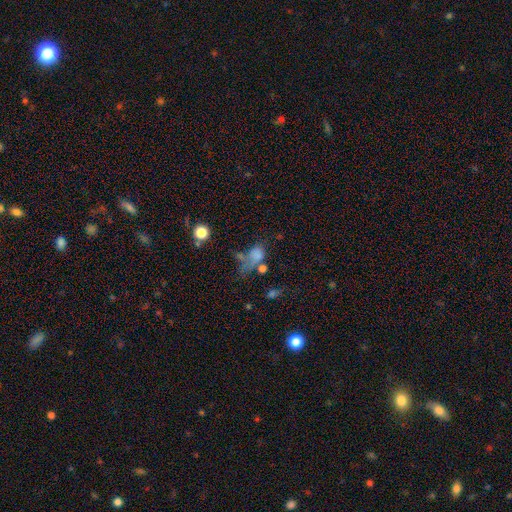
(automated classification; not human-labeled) Smooth or featured?
  - smooth: 64% *
  - star or artifact: 18%
  - featured or disk: 18%
How rounded?
  - in between: 67% *
  - round: 29%
  - cigar-shaped: 4%
Merging?
  - major disturbance: 32% *
  - merger: 26%
  - none: 25%
  - minor disturbance: 17%